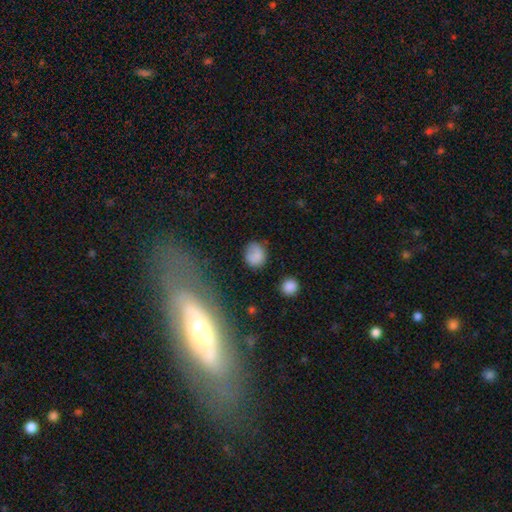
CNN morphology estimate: smooth 81%, star or artifact 10%, featured or disk 9%. Down the decision tree: how rounded — round (68%); merging — none (68%).